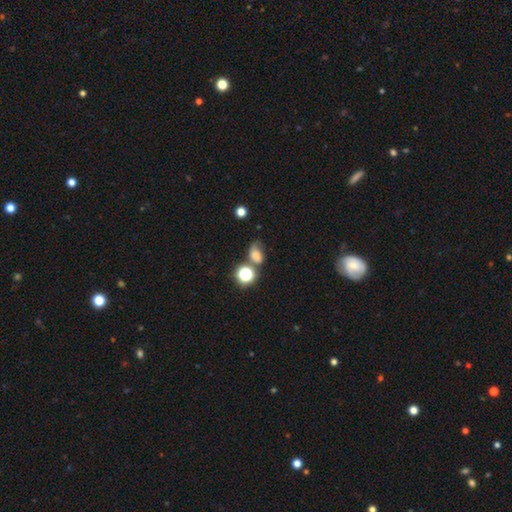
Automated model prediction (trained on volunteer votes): Morphology: type=smooth (63%); roundness=in between (69%); merging=none (40%).